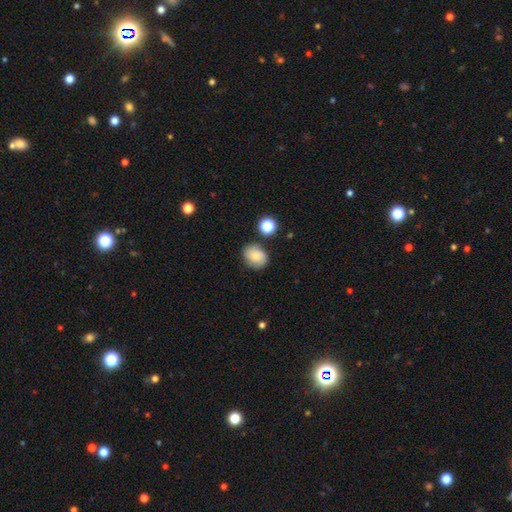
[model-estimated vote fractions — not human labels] The model was most divided on "how rounded": in between: 51%, round: 48%, cigar-shaped: 1%. More confident: smooth or featured — smooth (78%); merging — none (76%).